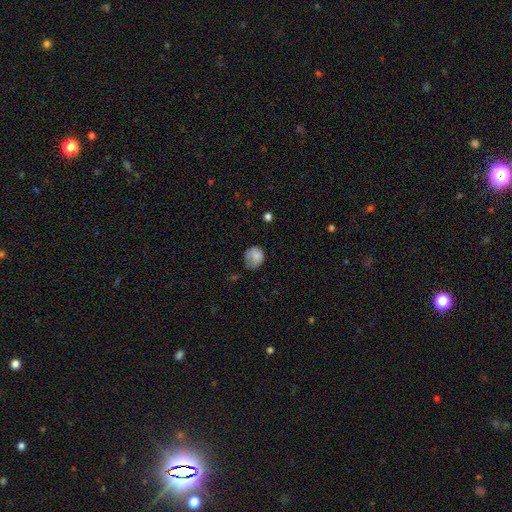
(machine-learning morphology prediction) smooth 78%, featured or disk 12%, star or artifact 9%. Down the decision tree: how rounded — round (61%); merging — none (43%).